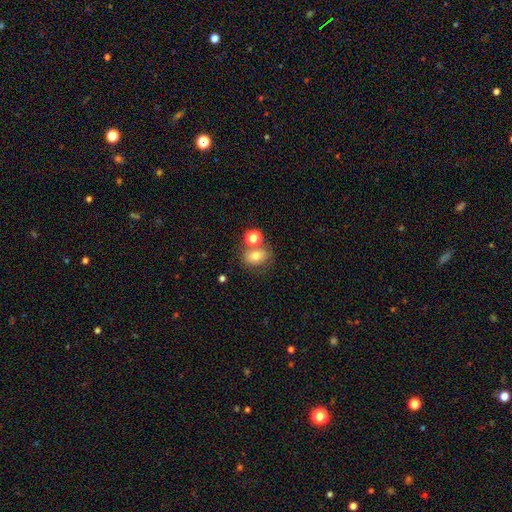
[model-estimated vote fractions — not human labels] smooth 76%, star or artifact 12%, featured or disk 12%. Down the decision tree: how rounded — in between (60%); merging — none (59%).